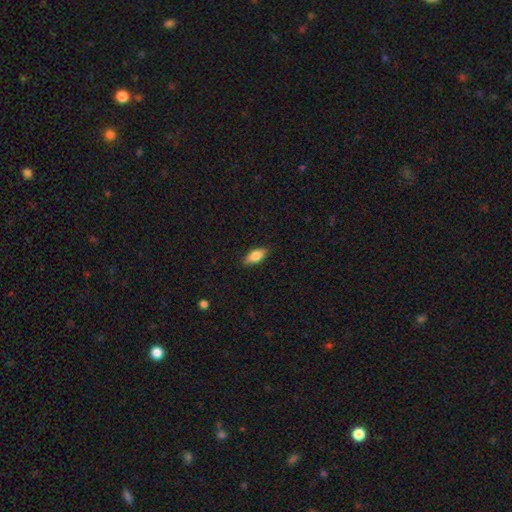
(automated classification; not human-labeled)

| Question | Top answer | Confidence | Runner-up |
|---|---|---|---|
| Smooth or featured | smooth | 81% | featured or disk (13%) |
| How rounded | in between | 83% | cigar-shaped (14%) |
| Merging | none | 86% | minor disturbance (11%) |